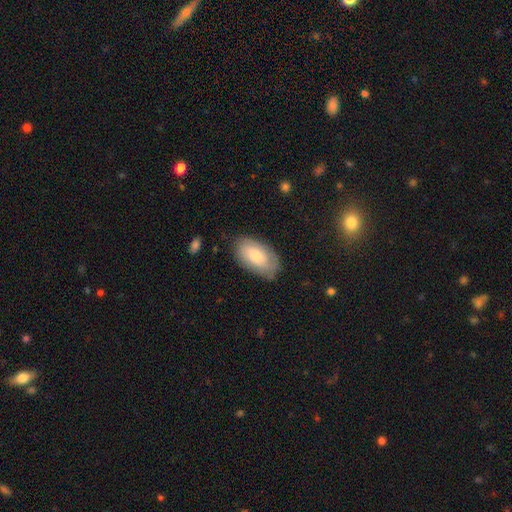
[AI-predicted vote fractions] A smooth galaxy with no disk features (69%) that is in between round and cigar-shaped (94%). Merging: none (74%).